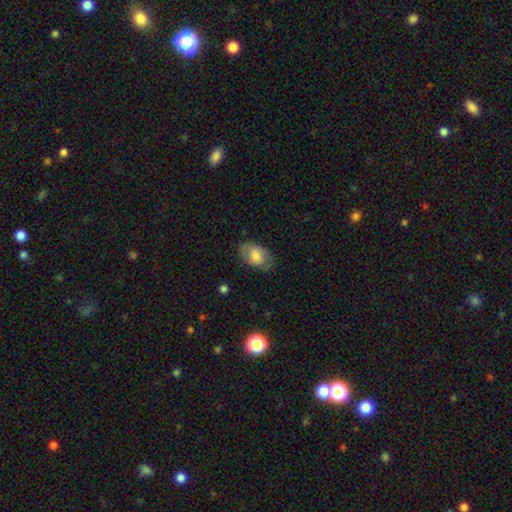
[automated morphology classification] A smooth galaxy with no disk features (67%) that is in between round and cigar-shaped (86%). Merging: none (69%).